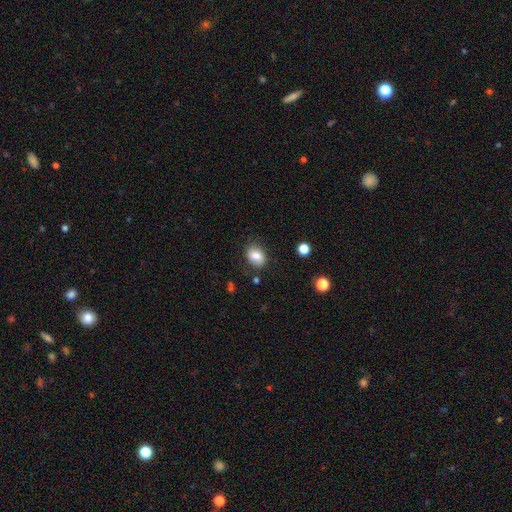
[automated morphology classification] type=smooth (82%); roundness=in between (69%); merging=none (81%).